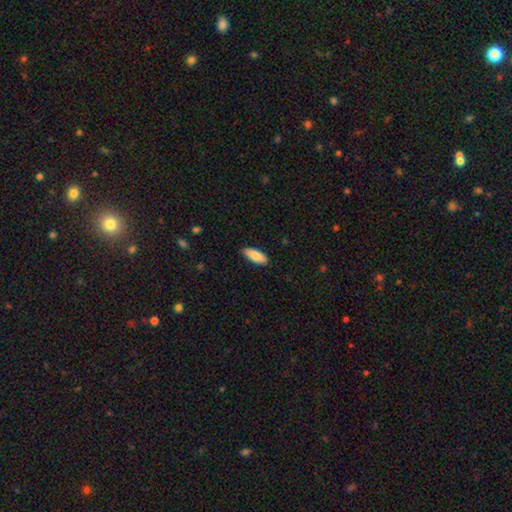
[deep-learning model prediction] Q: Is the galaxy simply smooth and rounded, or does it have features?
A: smooth — 85%.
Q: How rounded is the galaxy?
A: in between — 78%.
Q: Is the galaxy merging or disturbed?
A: none — 88%.